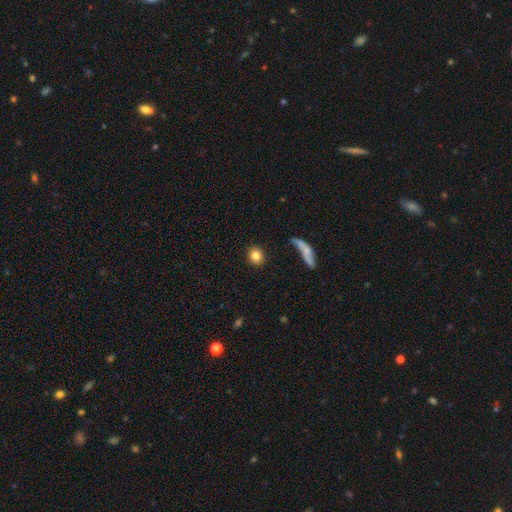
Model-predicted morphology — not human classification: Smooth or featured? Predicted: smooth (p=0.83). How rounded? Predicted: round (p=0.74). Merging? Predicted: none (p=0.87).